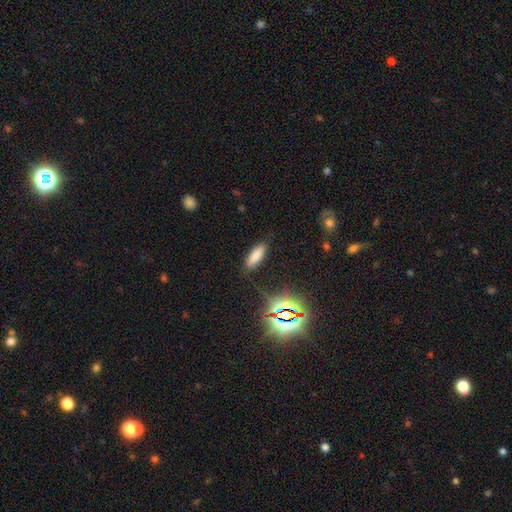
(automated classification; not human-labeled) smooth-or-featured: smooth: 76% | star or artifact: 15% | featured or disk: 9%
  how-rounded: in between: 62% | cigar-shaped: 36% | round: 2%
  merging: none: 84% | minor disturbance: 11% | major disturbance: 3% | merger: 2%